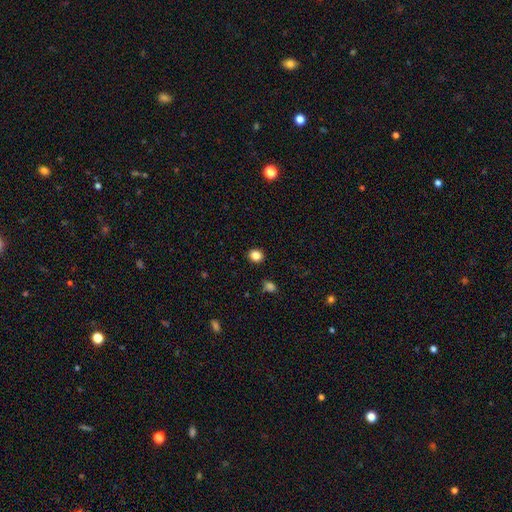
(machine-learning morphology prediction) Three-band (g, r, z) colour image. It shows a smooth galaxy with no disk features (85%) that is round (76%). Merging: none (90%).